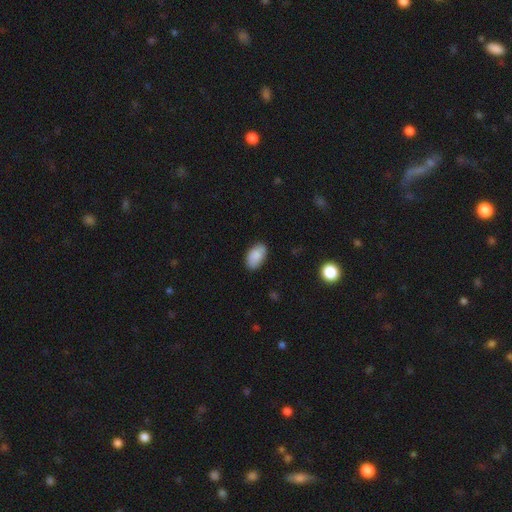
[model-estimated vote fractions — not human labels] Smooth or featured? Predicted: smooth (p=0.87). How rounded? Predicted: in between (p=0.94). Merging? Predicted: none (p=0.85).